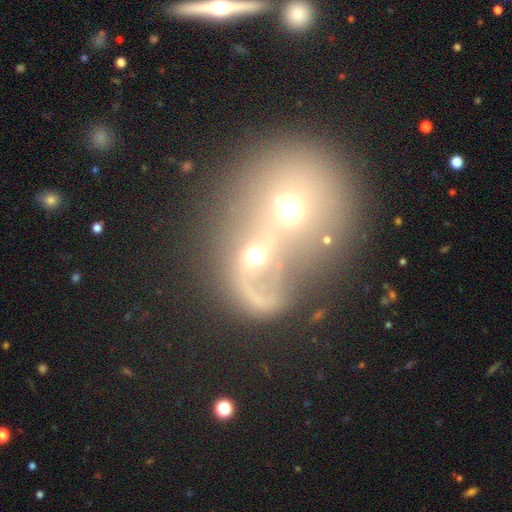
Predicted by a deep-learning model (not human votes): smooth-or-featured: featured or disk: 43% | smooth: 41% | star or artifact: 16%
  merging: merger: 81% | none: 8% | major disturbance: 8% | minor disturbance: 4%